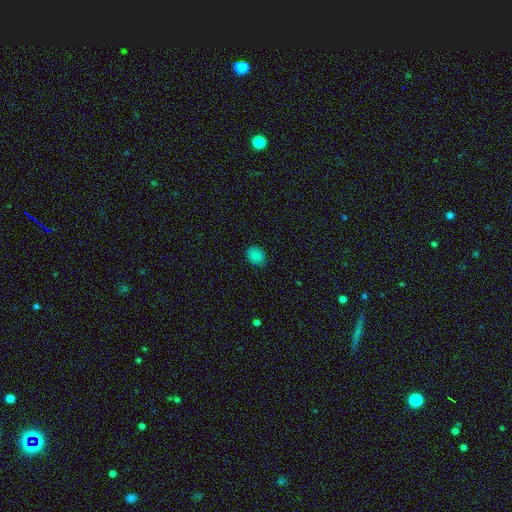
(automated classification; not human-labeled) Smooth or featured?
  - smooth: 84% *
  - star or artifact: 13%
  - featured or disk: 3%
How rounded?
  - round: 52% *
  - in between: 48%
  - cigar-shaped: 1%
Merging?
  - none: 86% *
  - minor disturbance: 11%
  - major disturbance: 2%
  - merger: 1%